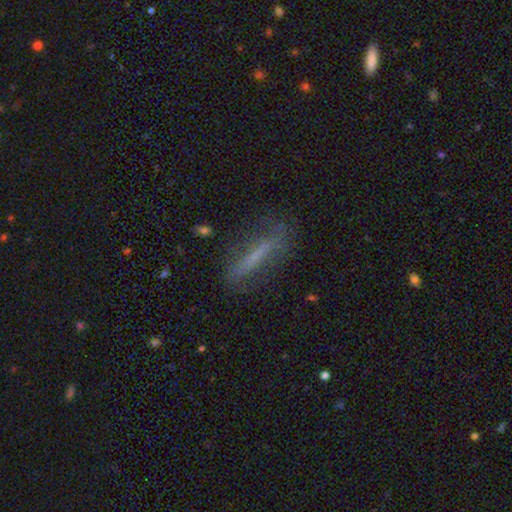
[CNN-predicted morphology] Smooth or featured?
  - smooth: 47% *
  - featured or disk: 40%
  - star or artifact: 12%
Merging?
  - none: 74% *
  - minor disturbance: 17%
  - major disturbance: 8%
  - merger: 2%